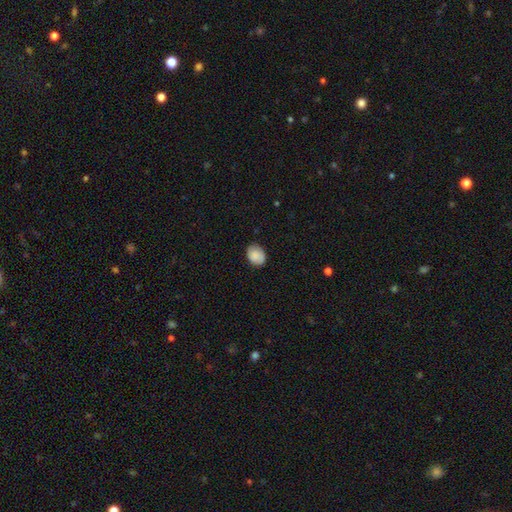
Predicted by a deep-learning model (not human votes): A smooth galaxy with no disk features (86%) that is in between round and cigar-shaped (63%).

Vote fractions:
- Smooth or featured? smooth: 86% / star or artifact: 7% / featured or disk: 6%
- How rounded? in between: 63% / round: 36% / cigar-shaped: 1%
- Merging? none: 79% / minor disturbance: 17% / major disturbance: 3% / merger: 1%